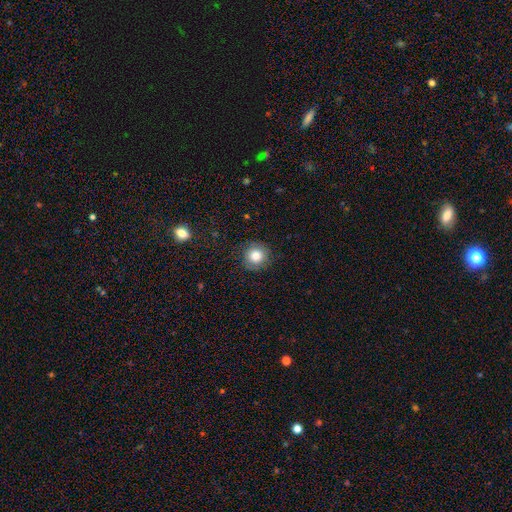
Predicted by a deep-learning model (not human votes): Smooth or featured: smooth — 80% (star or artifact — 10%)
How rounded: round — 91% (in between — 8%)
Merging: none — 85% (minor disturbance — 11%)